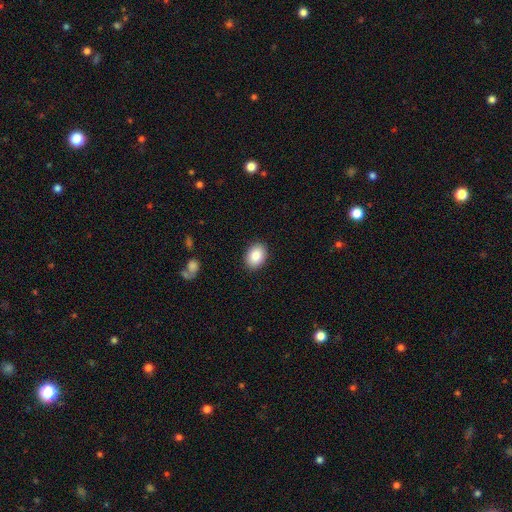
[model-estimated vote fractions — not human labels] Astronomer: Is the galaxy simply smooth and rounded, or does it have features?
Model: smooth — 87%.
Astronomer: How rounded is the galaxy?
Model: in between — 73%.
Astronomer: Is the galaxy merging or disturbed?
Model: none — 90%.